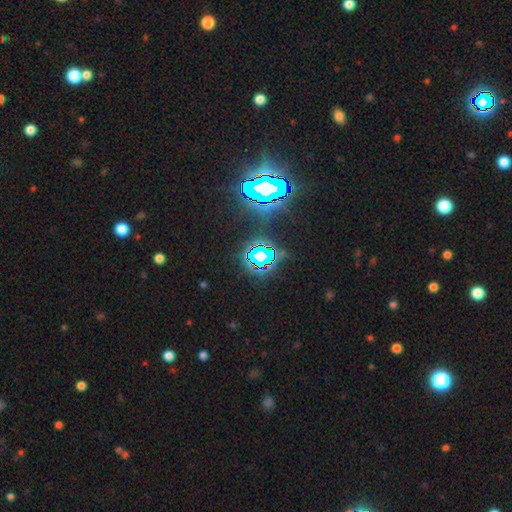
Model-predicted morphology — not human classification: Overall: star or artifact (77%).